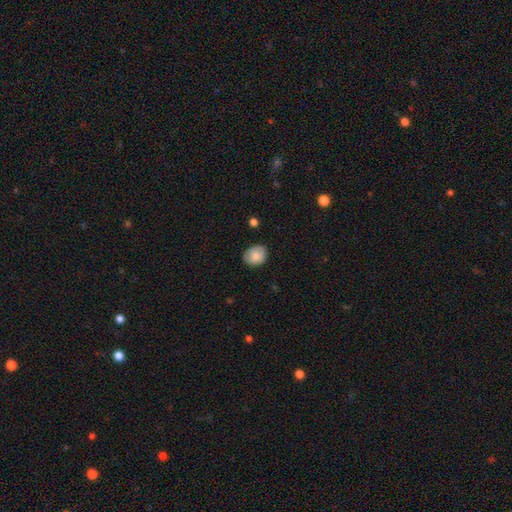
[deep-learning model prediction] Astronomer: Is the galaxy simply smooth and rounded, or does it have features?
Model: smooth — 82%.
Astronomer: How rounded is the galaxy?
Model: round — 55% (runner-up: in between, 44%).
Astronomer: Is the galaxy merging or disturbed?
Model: none — 75%.